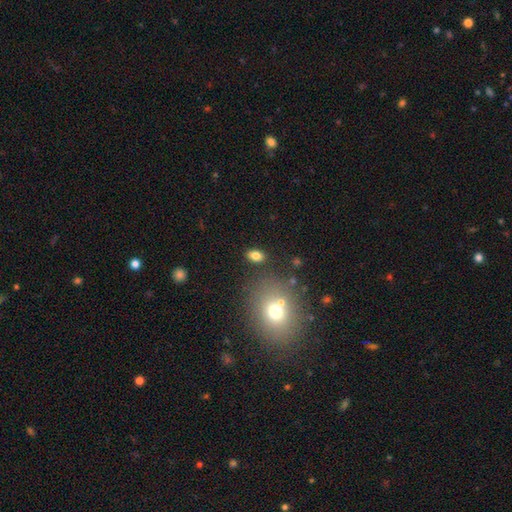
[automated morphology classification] Smooth or featured: smooth — 80% (star or artifact — 12%)
How rounded: in between — 85% (round — 13%)
Merging: none — 83% (minor disturbance — 10%)